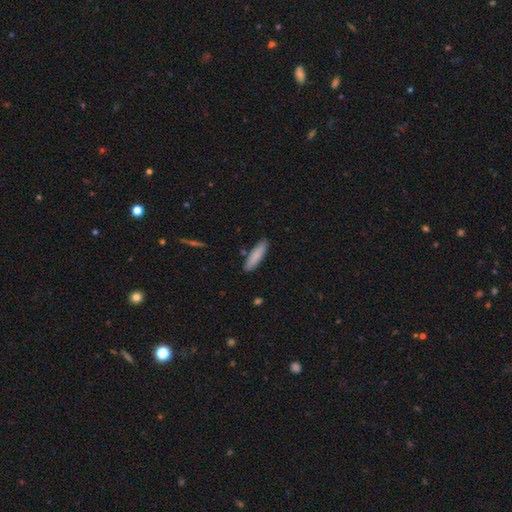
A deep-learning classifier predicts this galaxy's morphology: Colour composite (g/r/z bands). It shows a smooth galaxy with no disk features (85%) that is cigar-shaped (75%). Merging: none (86%).